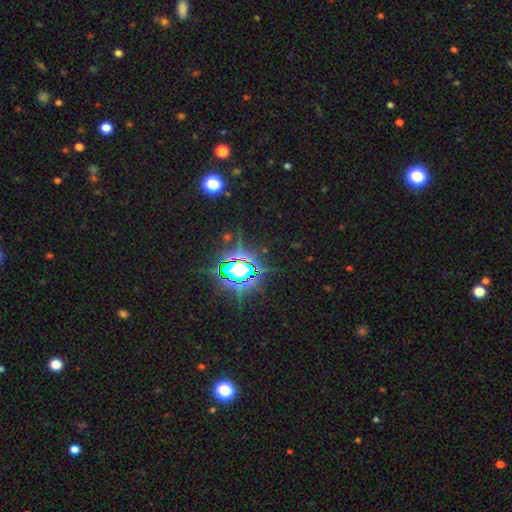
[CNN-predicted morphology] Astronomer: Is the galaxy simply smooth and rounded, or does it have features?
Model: star or artifact — 85%.